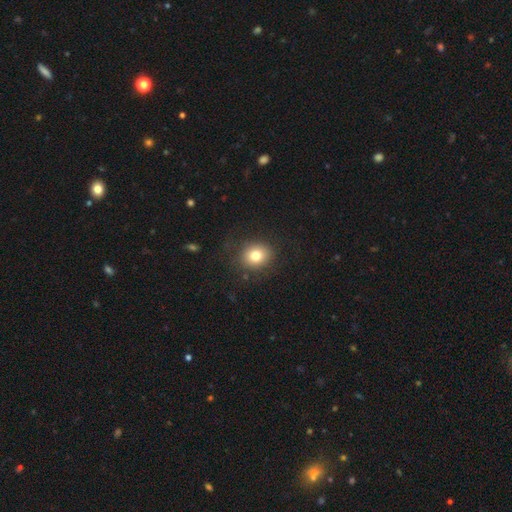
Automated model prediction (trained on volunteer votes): Smooth or featured: smooth — 79% (star or artifact — 11%)
How rounded: round — 71% (in between — 28%)
Merging: none — 84% (minor disturbance — 11%)